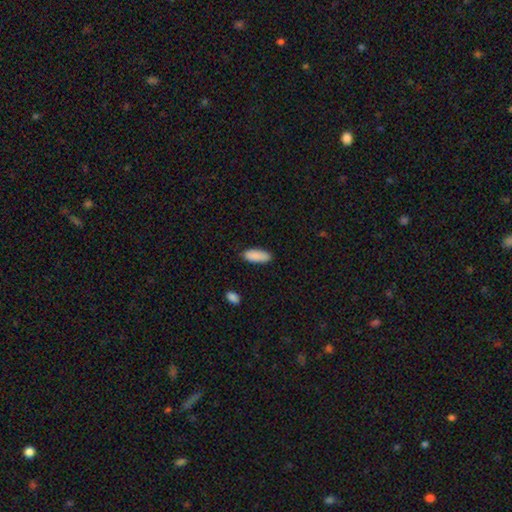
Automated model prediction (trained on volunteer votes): Morphology: type=smooth (90%); roundness=in between (74%); merging=none (84%).